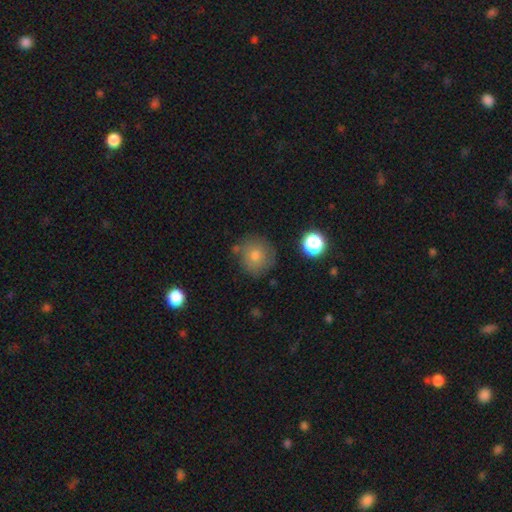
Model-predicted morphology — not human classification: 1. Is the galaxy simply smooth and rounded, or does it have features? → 69% smooth, 17% featured or disk, 14% star or artifact.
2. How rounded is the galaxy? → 93% round, 6% in between, 1% cigar-shaped.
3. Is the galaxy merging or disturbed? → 77% none, 15% minor disturbance, 4% major disturbance, 4% merger.